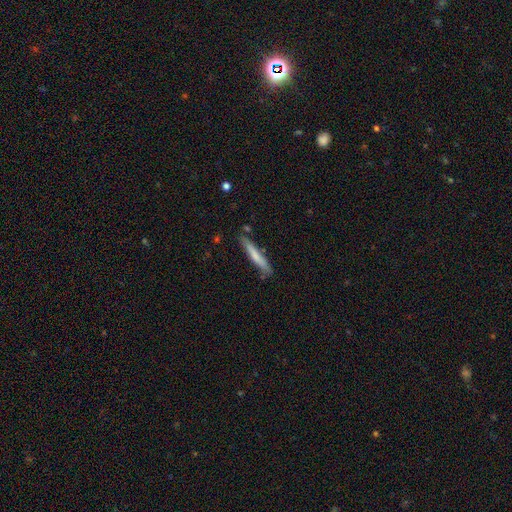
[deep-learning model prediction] smooth_or_featured: smooth (p=0.69) [alt: featured or disk p=0.25]
how_rounded: cigar-shaped (p=0.94) [alt: in between p=0.05]
merging: none (p=0.80) [alt: minor disturbance p=0.14]